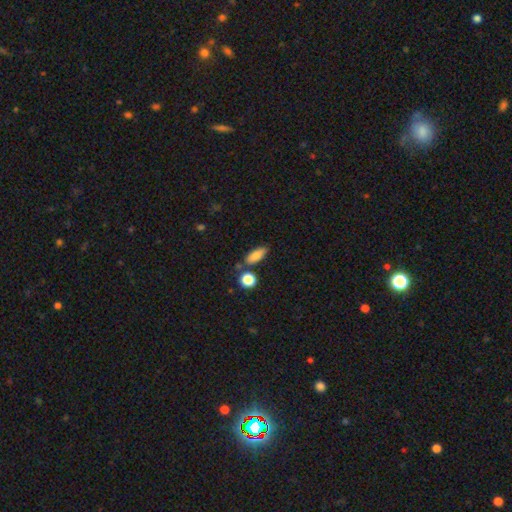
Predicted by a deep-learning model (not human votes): Morphology: type=smooth (83%); roundness=in between (73%); merging=none (73%).